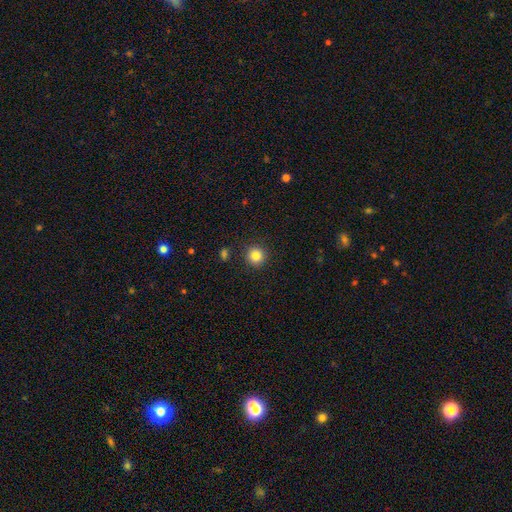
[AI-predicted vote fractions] smooth-or-featured: smooth: 84% | star or artifact: 11% | featured or disk: 5%
  how-rounded: round: 94% | in between: 5% | cigar-shaped: 1%
  merging: none: 90% | minor disturbance: 6% | major disturbance: 2% | merger: 2%